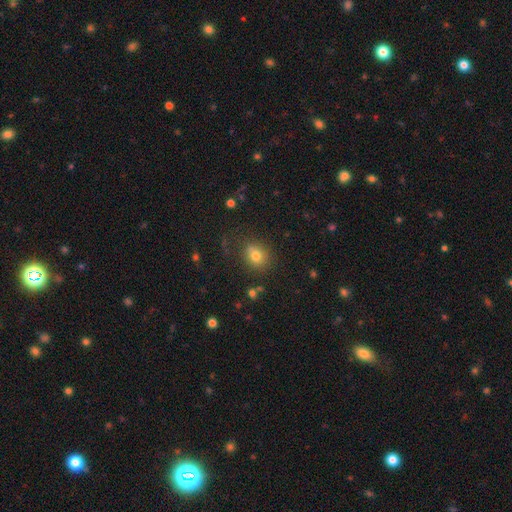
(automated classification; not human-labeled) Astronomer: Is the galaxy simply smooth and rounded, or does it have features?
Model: smooth — 75%.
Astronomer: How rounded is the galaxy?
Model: round — 63%.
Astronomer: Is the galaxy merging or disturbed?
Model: none — 73%.